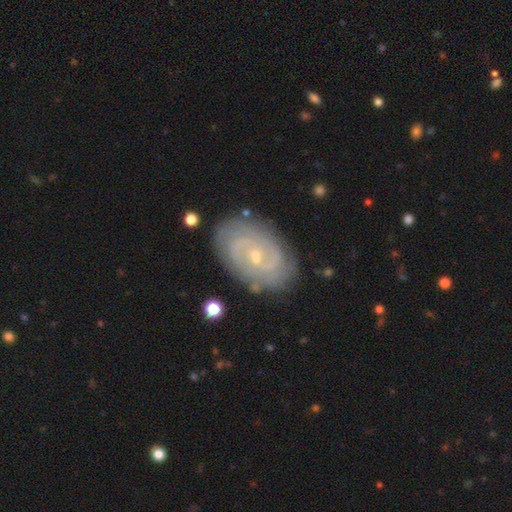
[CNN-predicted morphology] Smooth or featured?
  - featured or disk: 86% *
  - smooth: 8%
  - star or artifact: 6%
Edge-on disk?
  - no: 97% *
  - yes: 3%
Bar?
  - no: 48% *
  - weak: 43%
  - strong: 9%
Spiral arms?
  - yes: 96% *
  - no: 4%
Spiral winding?
  - tight: 66% *
  - medium: 28%
  - loose: 6%
Spiral arm count?
  - 2: 63% *
  - can't tell: 17%
  - 3: 10%
  - 4: 4%
  - 1: 3%
  - more than 4: 3%
Bulge size?
  - small: 69% *
  - moderate: 27%
  - none: 2%
  - large: 1%
  - dominant: 1%
Merging?
  - none: 82% *
  - minor disturbance: 13%
  - major disturbance: 3%
  - merger: 2%